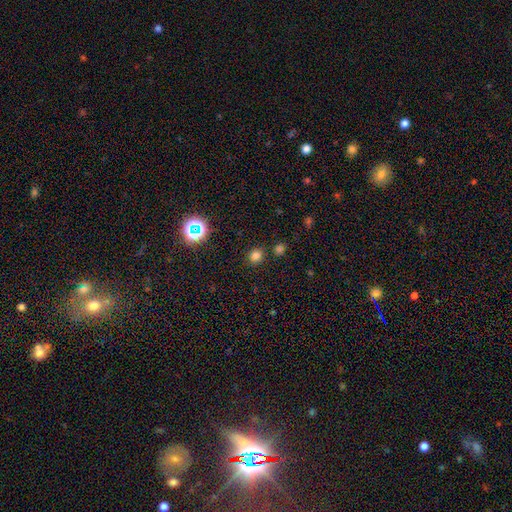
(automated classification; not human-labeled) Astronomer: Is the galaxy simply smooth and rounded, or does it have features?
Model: smooth — 76%.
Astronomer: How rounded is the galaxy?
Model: round — 80%.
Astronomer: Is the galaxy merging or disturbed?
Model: none — 84%.